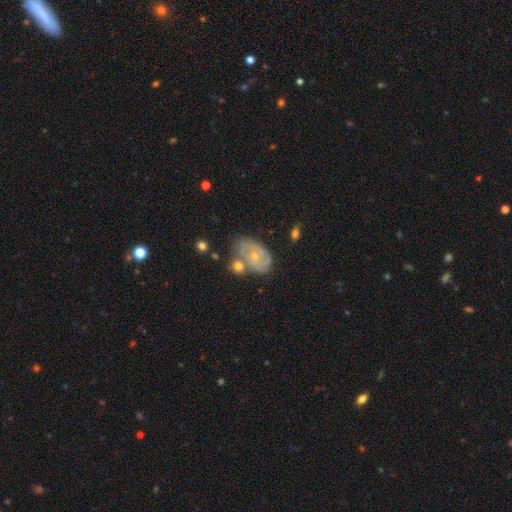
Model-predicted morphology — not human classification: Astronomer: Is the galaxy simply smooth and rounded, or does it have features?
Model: featured or disk — 74%.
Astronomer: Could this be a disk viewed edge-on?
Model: no — 96%.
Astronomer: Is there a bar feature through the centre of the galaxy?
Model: no — 79%.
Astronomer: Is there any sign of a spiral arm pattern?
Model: yes — 85%.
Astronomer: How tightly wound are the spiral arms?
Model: tight — 62%.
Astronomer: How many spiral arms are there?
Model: can't tell — 35% (runner-up: 2, 30%).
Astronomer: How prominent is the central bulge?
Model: small — 61%.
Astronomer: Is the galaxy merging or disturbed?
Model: none — 50%.